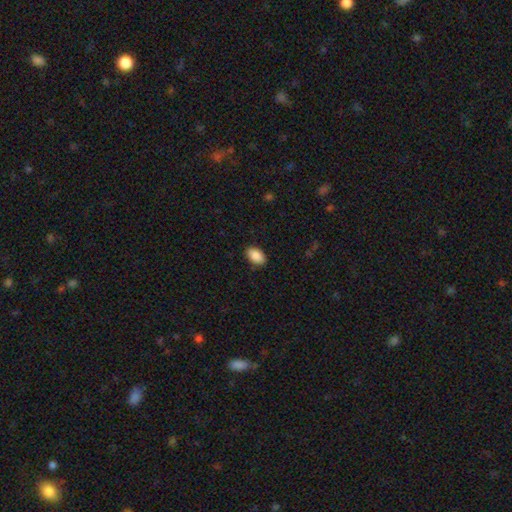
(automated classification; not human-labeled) Morphology: type=smooth (89%); roundness=in between (92%); merging=none (89%).